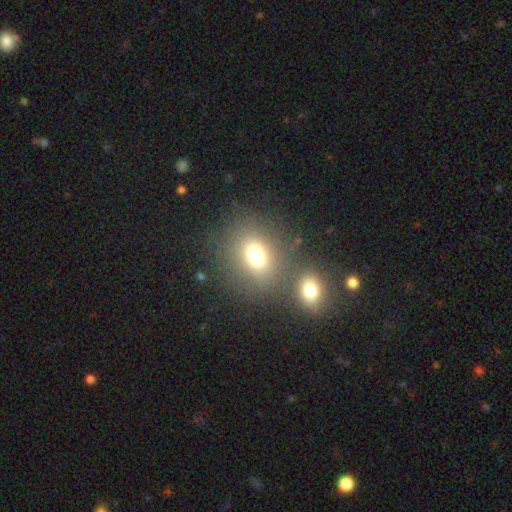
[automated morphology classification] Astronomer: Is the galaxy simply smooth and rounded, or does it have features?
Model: smooth — 74%.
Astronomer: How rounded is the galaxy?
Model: round — 55% (runner-up: in between, 44%).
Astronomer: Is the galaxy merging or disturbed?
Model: none — 64%.